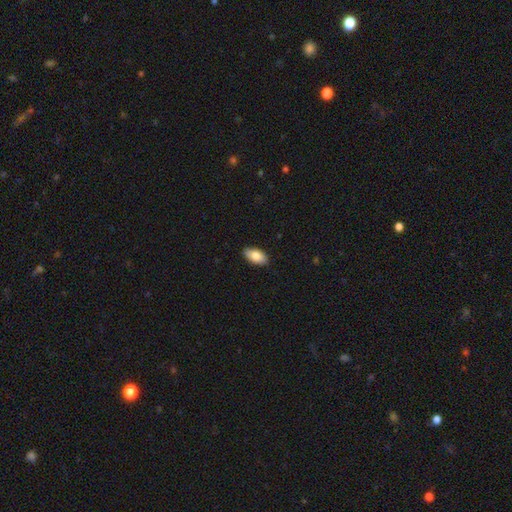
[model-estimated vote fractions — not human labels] Smooth or featured?
  - smooth: 83% *
  - featured or disk: 11%
  - star or artifact: 6%
How rounded?
  - in between: 94% *
  - cigar-shaped: 3%
  - round: 3%
Merging?
  - none: 88% *
  - minor disturbance: 9%
  - major disturbance: 2%
  - merger: 1%